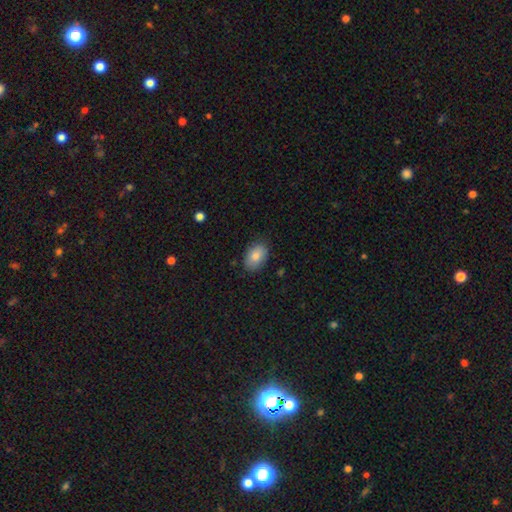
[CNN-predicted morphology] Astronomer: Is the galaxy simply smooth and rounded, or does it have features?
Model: smooth — 83%.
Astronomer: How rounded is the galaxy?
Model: in between — 89%.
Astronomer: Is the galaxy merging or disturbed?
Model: none — 84%.